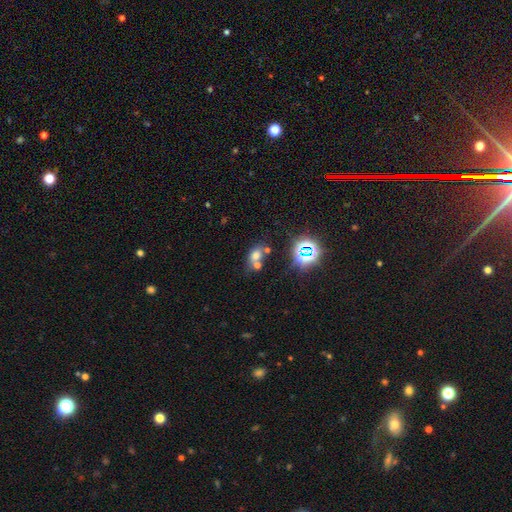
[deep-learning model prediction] A smooth galaxy with no disk features (61%) that is in between round and cigar-shaped (61%). Merging: none (45%).